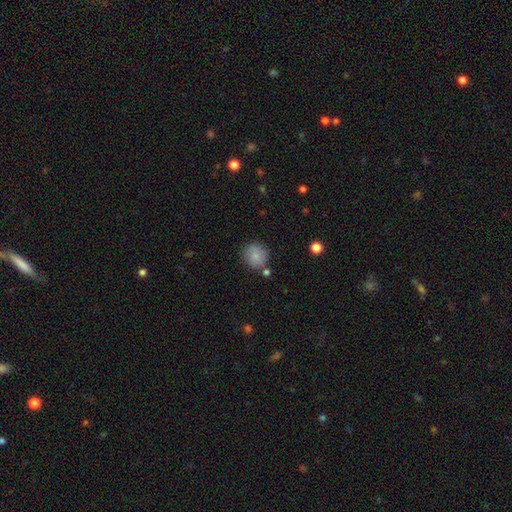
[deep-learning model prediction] This is clearly a smooth galaxy (83%). How rounded: clearly round (91%). Merging: likely none (77%).